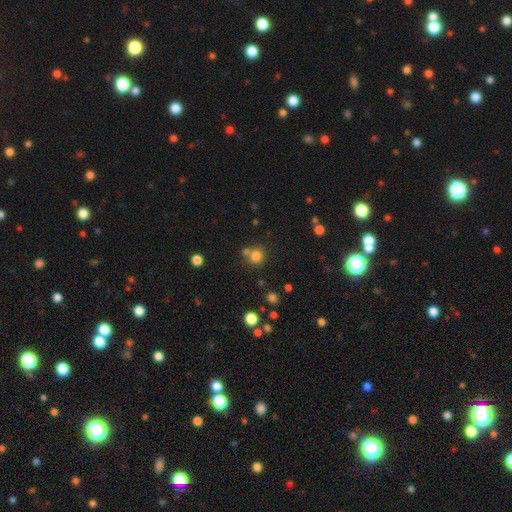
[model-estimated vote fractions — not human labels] smooth_or_featured: smooth (p=0.78) [alt: star or artifact p=0.15]
how_rounded: round (p=0.88) [alt: in between p=0.11]
merging: none (p=0.64) [alt: merger p=0.24]